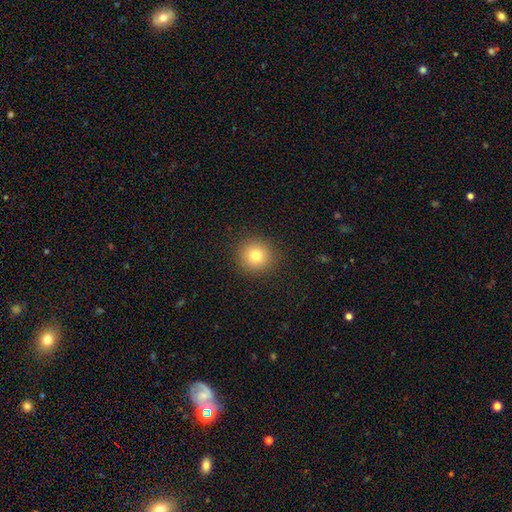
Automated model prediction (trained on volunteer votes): Smooth or featured: smooth — 80% (star or artifact — 12%)
How rounded: round — 93% (in between — 7%)
Merging: none — 91% (minor disturbance — 6%)